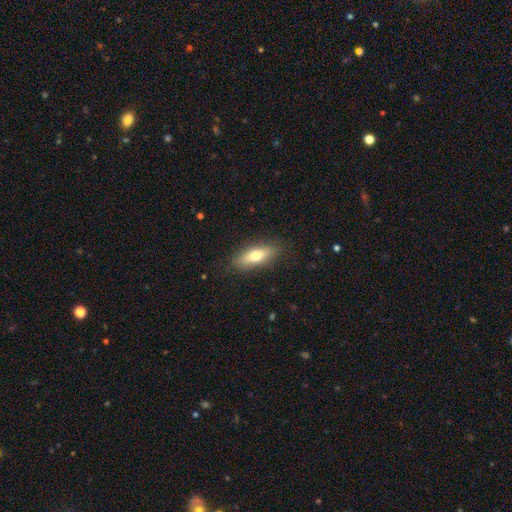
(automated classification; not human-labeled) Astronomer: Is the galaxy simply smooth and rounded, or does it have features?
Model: smooth — 68%.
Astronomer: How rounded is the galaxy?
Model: in between — 58% (runner-up: cigar-shaped, 39%).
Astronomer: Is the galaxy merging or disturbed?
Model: none — 86%.